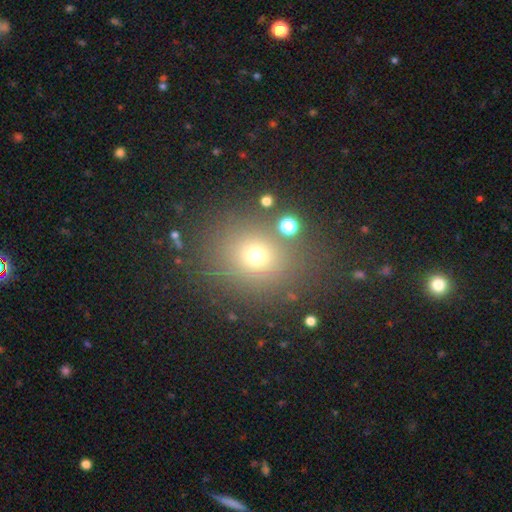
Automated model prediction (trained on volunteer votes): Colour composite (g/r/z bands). It shows a smooth galaxy with no disk features (66%) that is round (80%). Merging: none (81%).